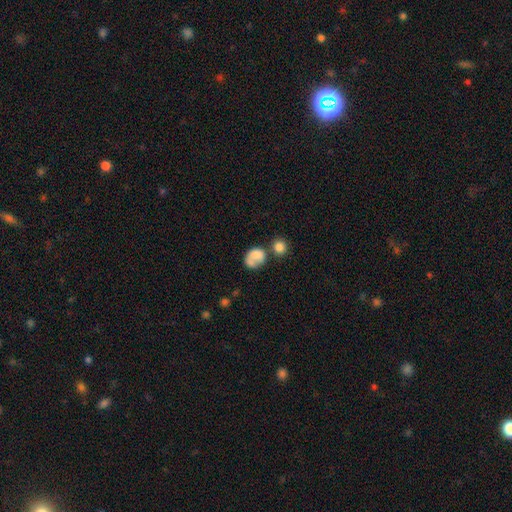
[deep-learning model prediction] A smooth galaxy with no disk features (74%) that is in between round and cigar-shaped (55%). Merging: merger (41%).